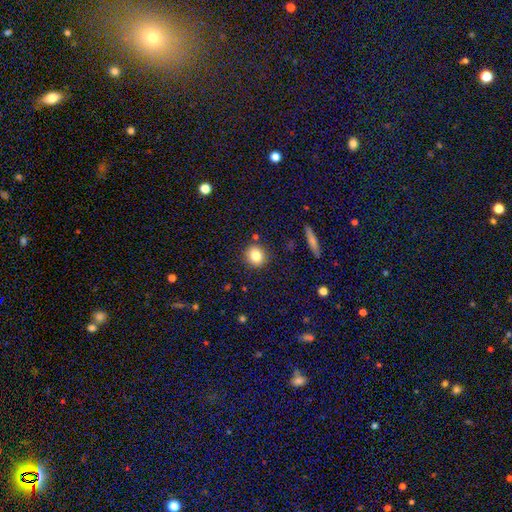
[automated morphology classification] This is clearly a smooth galaxy (81%). How rounded: clearly round (85%). Merging: clearly none (87%).